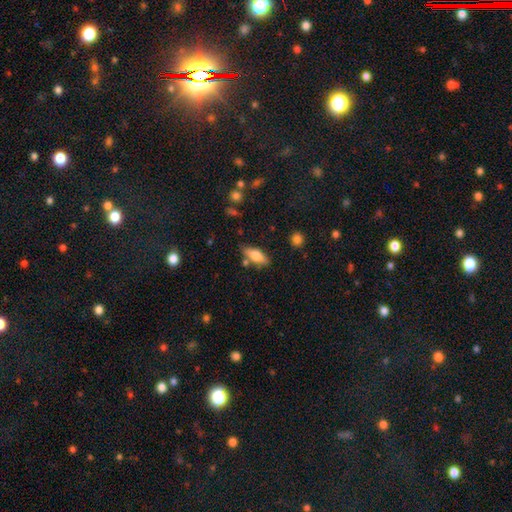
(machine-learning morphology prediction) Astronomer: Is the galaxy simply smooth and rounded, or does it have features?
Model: smooth — 67%.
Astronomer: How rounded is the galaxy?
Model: in between — 69%.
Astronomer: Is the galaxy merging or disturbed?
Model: none — 76%.